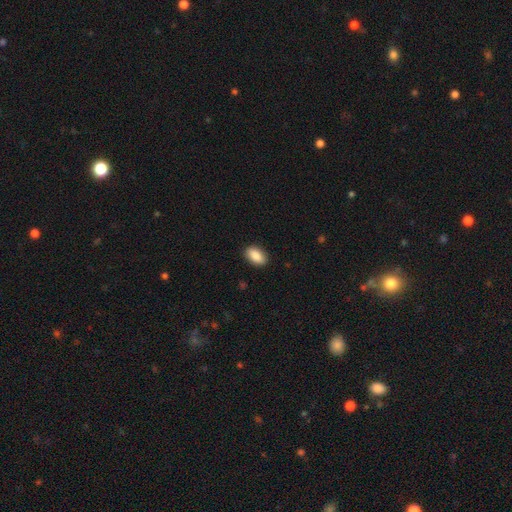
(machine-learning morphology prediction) A smooth galaxy with no disk features (88%) that is in between round and cigar-shaped (93%).

Vote fractions:
- Smooth or featured? smooth: 88% / star or artifact: 7% / featured or disk: 5%
- How rounded? in between: 93% / round: 5% / cigar-shaped: 2%
- Merging? none: 88% / minor disturbance: 9% / major disturbance: 2% / merger: 1%